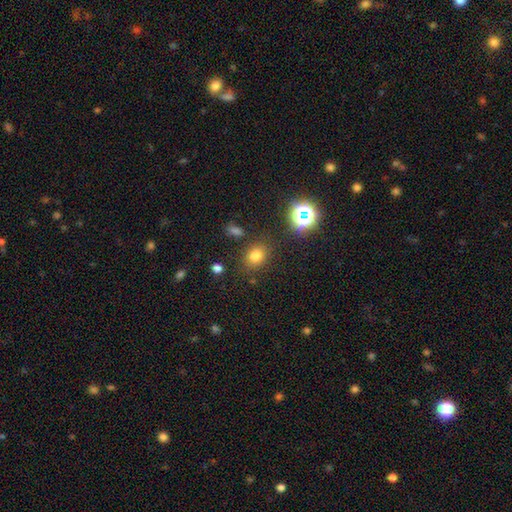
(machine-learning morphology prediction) This appears to be a smooth galaxy with no disk features (74%) that is round (54%). Merging: none (80%).